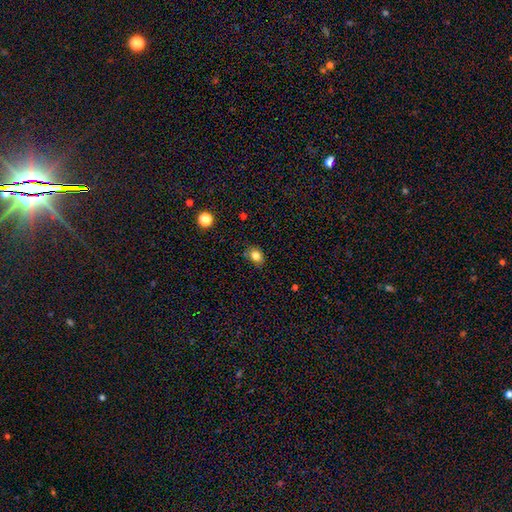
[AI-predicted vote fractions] Smooth or featured?
  - smooth: 82% *
  - star or artifact: 11%
  - featured or disk: 6%
How rounded?
  - in between: 63% *
  - round: 36%
  - cigar-shaped: 1%
Merging?
  - none: 81% *
  - minor disturbance: 14%
  - major disturbance: 3%
  - merger: 2%